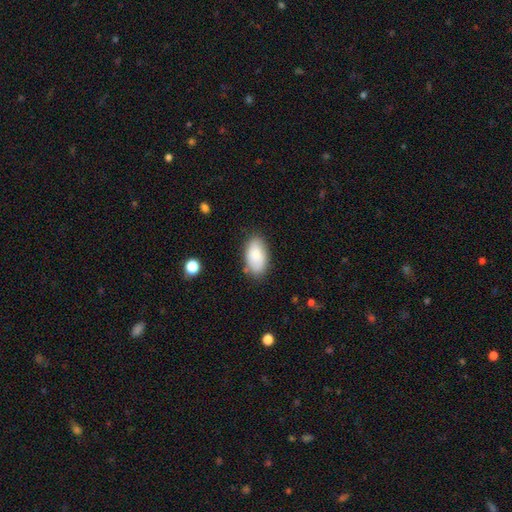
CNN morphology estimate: A smooth galaxy with no disk features (85%) that is in between round and cigar-shaped (95%). Merging: none (79%).